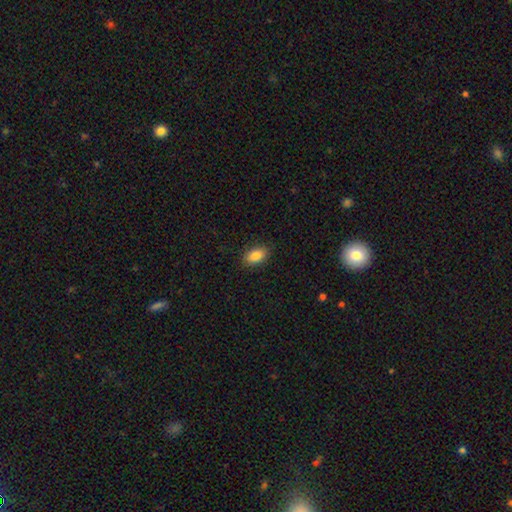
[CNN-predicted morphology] This is clearly a smooth galaxy (86%). How rounded: clearly in between (89%). Merging: clearly none (87%).